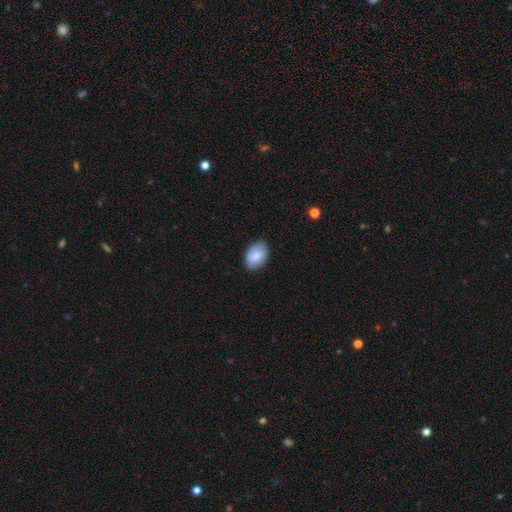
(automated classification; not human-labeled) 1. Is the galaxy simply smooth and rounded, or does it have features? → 84% smooth, 10% featured or disk, 6% star or artifact.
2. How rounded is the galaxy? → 87% in between, 12% round, 1% cigar-shaped.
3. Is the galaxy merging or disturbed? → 82% none, 14% minor disturbance, 3% major disturbance, 1% merger.